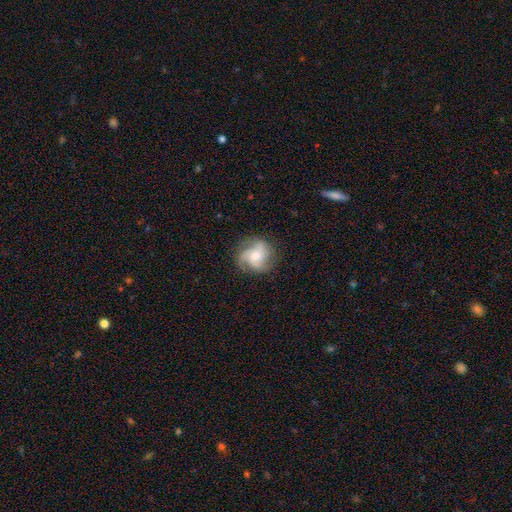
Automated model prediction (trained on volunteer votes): Smooth or featured? featured or disk (69%)
Edge-on disk? no (98%)
Bar? no (69%)
Spiral arms? yes (94%)
Spiral winding? medium (50%)
Spiral arm count? 3 (57%)
Bulge size? moderate (52%)
Merging? none (74%)